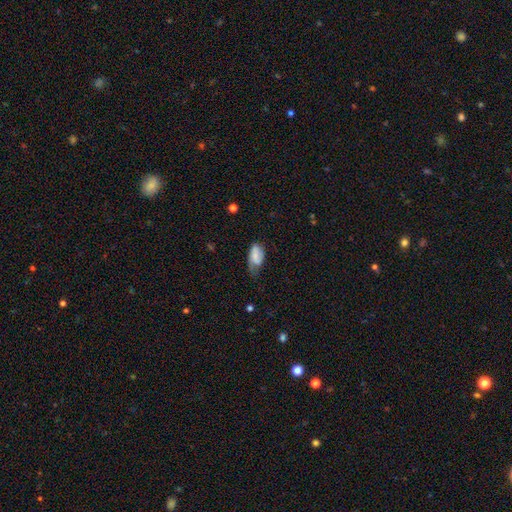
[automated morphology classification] Q: Smooth or featured?
A: smooth (69%); runner-up: featured or disk (23%)
Q: How rounded?
A: in between (92%); runner-up: round (5%)
Q: Merging?
A: minor disturbance (43%); runner-up: none (32%)